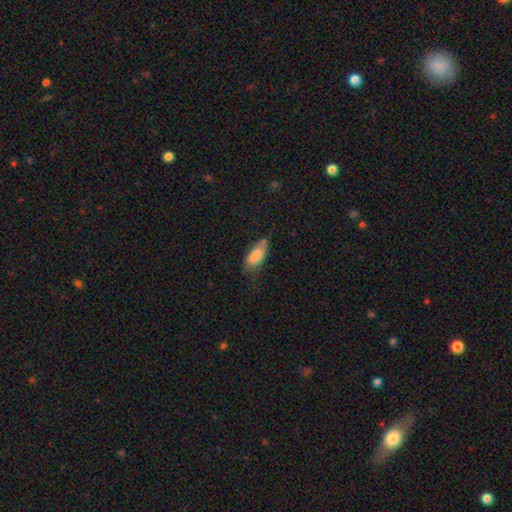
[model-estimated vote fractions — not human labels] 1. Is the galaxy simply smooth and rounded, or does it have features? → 83% smooth, 10% featured or disk, 7% star or artifact.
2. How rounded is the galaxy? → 85% in between, 13% cigar-shaped, 3% round.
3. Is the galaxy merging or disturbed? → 46% none, 36% minor disturbance, 12% major disturbance, 5% merger.